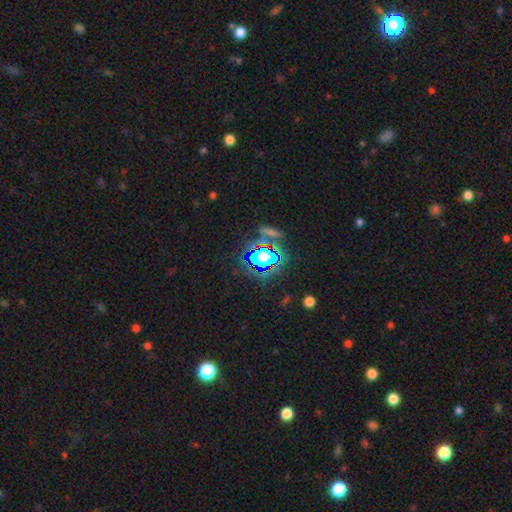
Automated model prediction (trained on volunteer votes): Q: Smooth or featured?
A: star or artifact (76%); runner-up: smooth (16%)